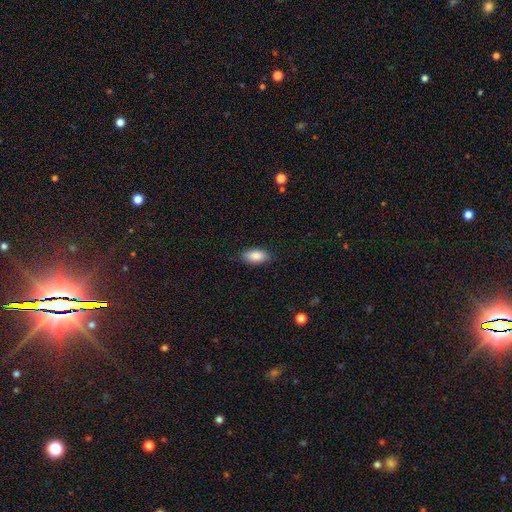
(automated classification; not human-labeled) Smooth or featured?
  - smooth: 86% *
  - featured or disk: 7%
  - star or artifact: 7%
How rounded?
  - in between: 91% *
  - cigar-shaped: 5%
  - round: 4%
Merging?
  - none: 85% *
  - minor disturbance: 11%
  - major disturbance: 3%
  - merger: 1%